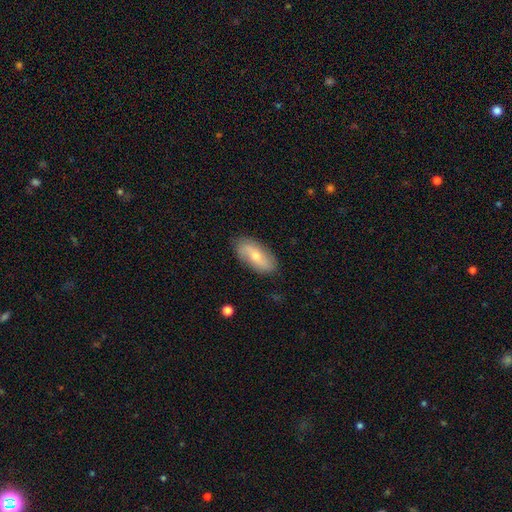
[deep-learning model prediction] featured or disk 54%, smooth 39%, star or artifact 6%. Down the decision tree: edge-on disk — no (88%); merging — none (85%).